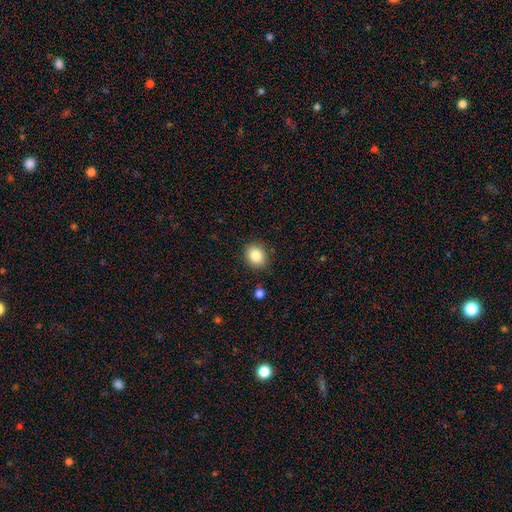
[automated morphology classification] smooth-or-featured: smooth: 84% | star or artifact: 10% | featured or disk: 7%
  how-rounded: round: 63% | in between: 36% | cigar-shaped: 1%
  merging: none: 87% | minor disturbance: 9% | major disturbance: 2% | merger: 2%